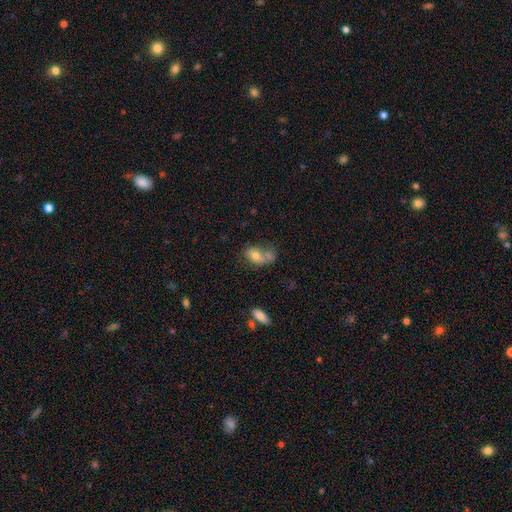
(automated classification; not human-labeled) This appears to be a smooth galaxy with no disk features (69%) that is in between round and cigar-shaped (79%). Merging: merger (44%).